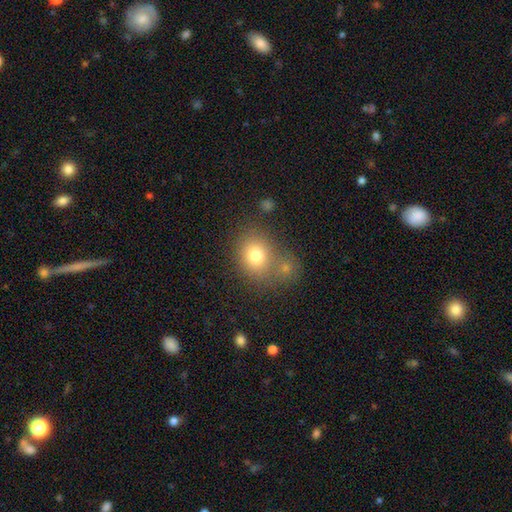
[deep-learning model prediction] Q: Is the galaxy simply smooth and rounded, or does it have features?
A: smooth — 76%.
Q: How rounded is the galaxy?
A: round — 56%.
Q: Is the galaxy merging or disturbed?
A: none — 51%.